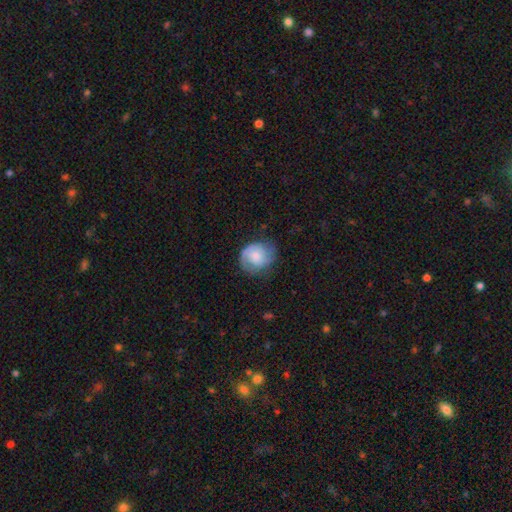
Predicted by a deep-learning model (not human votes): Q: Smooth or featured?
A: featured or disk (54%); runner-up: smooth (39%)
Q: Edge-on disk?
A: no (98%); runner-up: yes (2%)
Q: Bar?
A: no (68%); runner-up: weak (28%)
Q: Spiral arms?
A: yes (89%); runner-up: no (11%)
Q: Bulge size?
A: small (36%); runner-up: moderate (35%)
Q: Merging?
A: none (67%); runner-up: minor disturbance (22%)